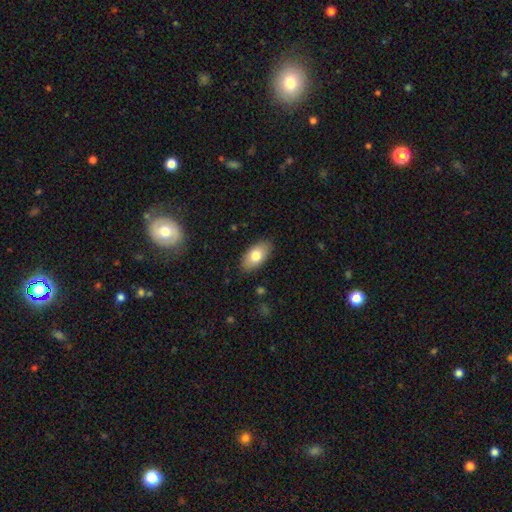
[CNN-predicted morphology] smooth_or_featured: smooth (p=0.77) [alt: featured or disk p=0.17]
how_rounded: in between (p=0.93) [alt: round p=0.03]
merging: none (p=0.87) [alt: minor disturbance p=0.10]